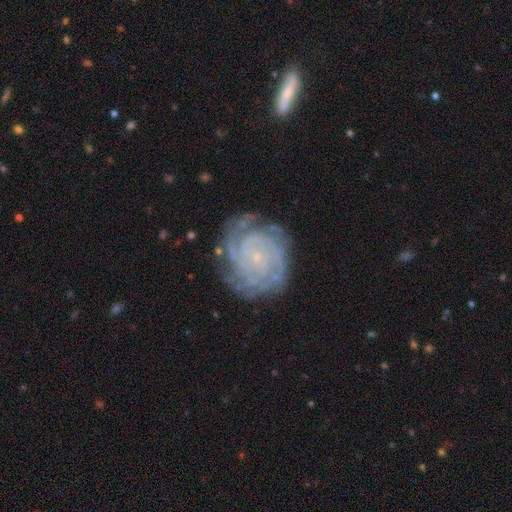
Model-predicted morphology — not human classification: This appears to be a featured or disk galaxy (88%) with no bar (75%), 4 (26%) tight (82%) spiral arms (98%) and a small central bulge (88%). Merging: none (77%).